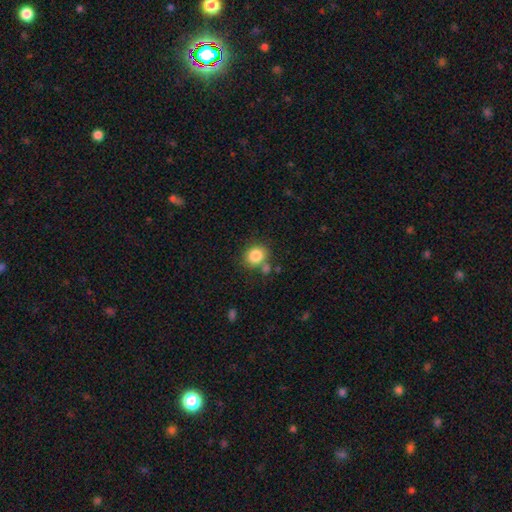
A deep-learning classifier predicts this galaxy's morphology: Smooth or featured? smooth (84%)
How rounded? round (73%)
Merging? none (72%)